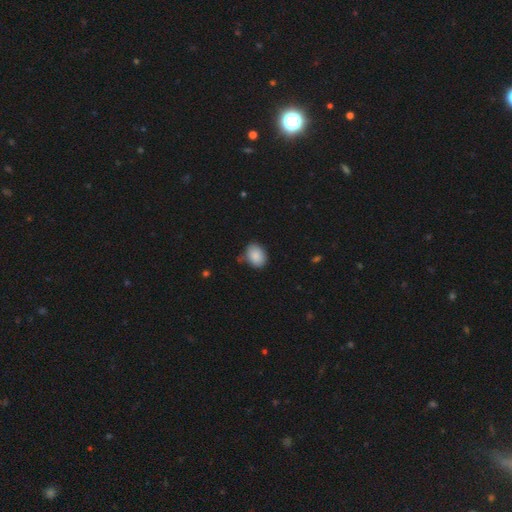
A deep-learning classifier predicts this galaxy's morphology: Q: Smooth or featured?
A: smooth (88%); runner-up: star or artifact (7%)
Q: How rounded?
A: in between (73%); runner-up: round (26%)
Q: Merging?
A: none (75%); runner-up: minor disturbance (18%)